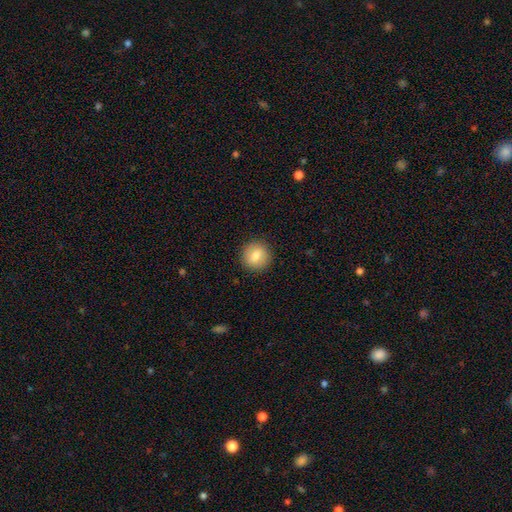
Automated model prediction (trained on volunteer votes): The model was most divided on "smooth or featured": smooth: 81%, featured or disk: 11%, star or artifact: 8%. More confident: merging — none (90%); how rounded — round (88%).